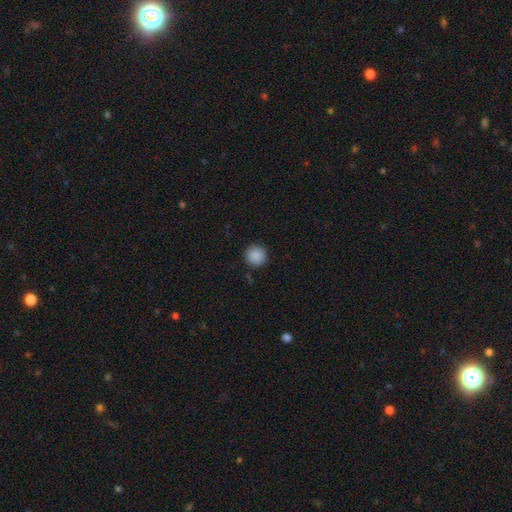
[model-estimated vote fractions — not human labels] smooth-or-featured: smooth: 89% | star or artifact: 9% | featured or disk: 3%
  how-rounded: round: 95% | in between: 4% | cigar-shaped: 1%
  merging: none: 90% | minor disturbance: 6% | major disturbance: 2% | merger: 1%